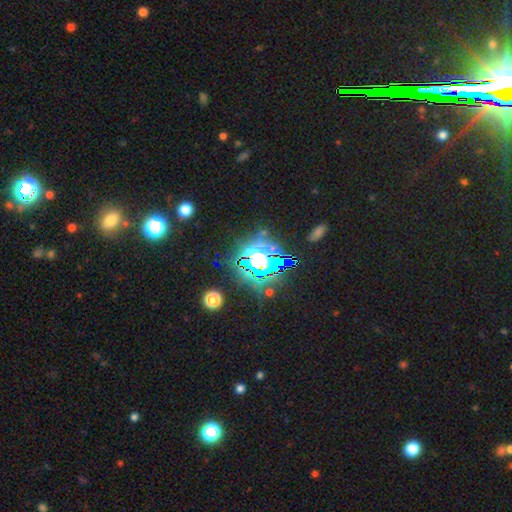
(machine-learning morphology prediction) Smooth or featured? Predicted: star or artifact (p=0.83).